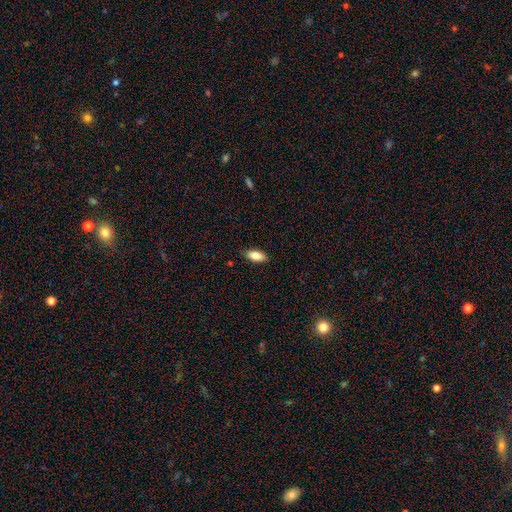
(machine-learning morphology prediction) A smooth galaxy with no disk features (85%) that is in between round and cigar-shaped (86%).

Vote fractions:
- Smooth or featured? smooth: 85% / featured or disk: 8% / star or artifact: 7%
- How rounded? in between: 86% / cigar-shaped: 11% / round: 2%
- Merging? none: 86% / minor disturbance: 11% / major disturbance: 2% / merger: 1%